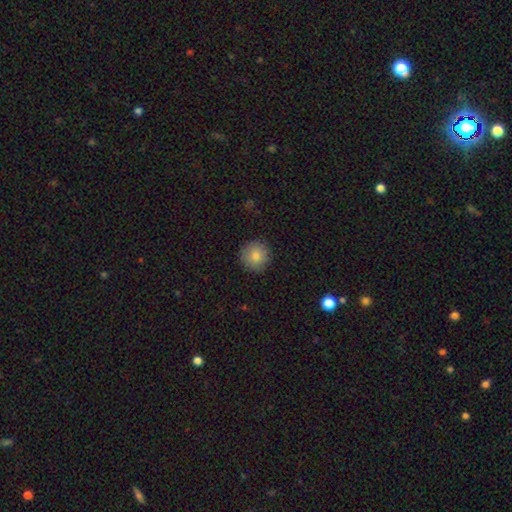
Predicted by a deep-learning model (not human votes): This is clearly a smooth galaxy (83%). How rounded: clearly round (95%). Merging: clearly none (90%).